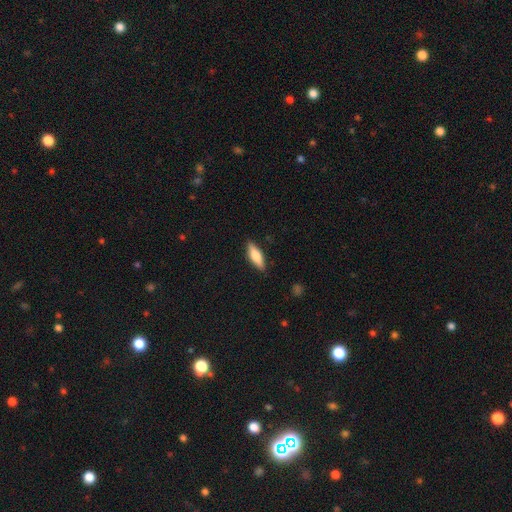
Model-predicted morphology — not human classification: Q: Smooth or featured?
A: smooth (70%); runner-up: featured or disk (24%)
Q: How rounded?
A: in between (54%); runner-up: cigar-shaped (44%)
Q: Merging?
A: none (86%); runner-up: minor disturbance (10%)